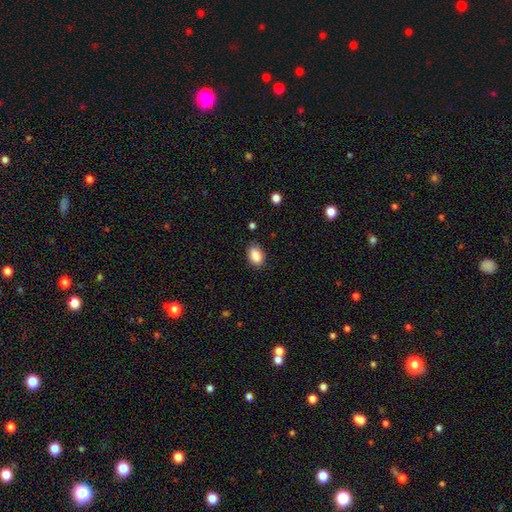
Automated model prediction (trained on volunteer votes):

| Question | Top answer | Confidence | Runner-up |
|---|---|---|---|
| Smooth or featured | smooth | 88% | star or artifact (8%) |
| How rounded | in between | 85% | round (14%) |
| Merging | none | 84% | minor disturbance (13%) |